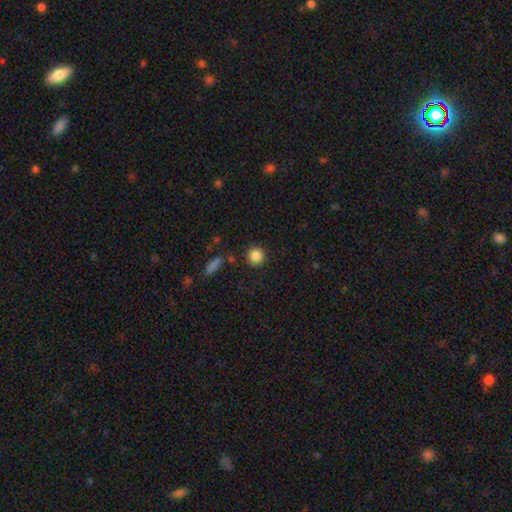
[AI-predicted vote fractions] Smooth or featured?
  - smooth: 86% *
  - star or artifact: 10%
  - featured or disk: 4%
How rounded?
  - round: 94% *
  - in between: 5%
  - cigar-shaped: 1%
Merging?
  - none: 89% *
  - minor disturbance: 6%
  - merger: 3%
  - major disturbance: 2%